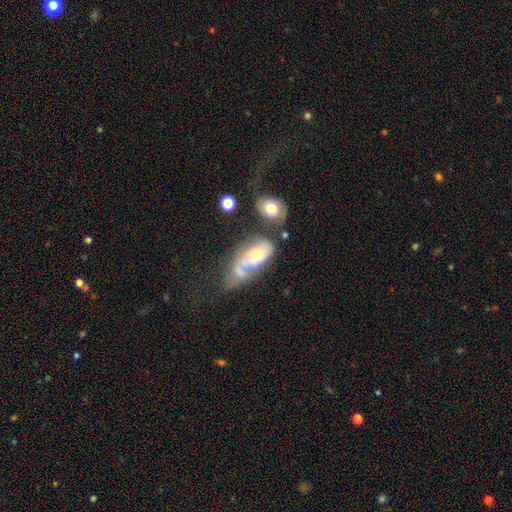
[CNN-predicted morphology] A smooth galaxy with no disk features (48%).

Vote fractions:
- Smooth or featured? smooth: 48% / featured or disk: 43% / star or artifact: 9%
- Merging? merger: 43% / major disturbance: 24% / none: 18% / minor disturbance: 15%